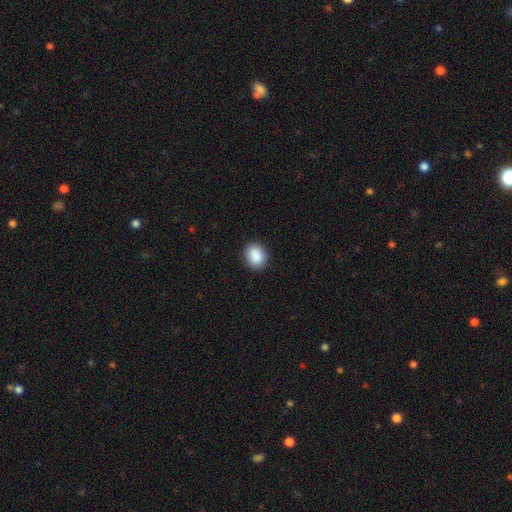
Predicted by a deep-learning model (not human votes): The model was most divided on "how rounded": in between: 53%, round: 46%, cigar-shaped: 1%. More confident: smooth or featured — smooth (89%); merging — none (89%).